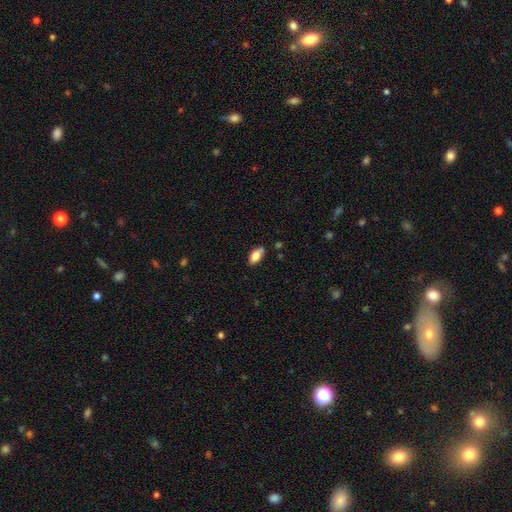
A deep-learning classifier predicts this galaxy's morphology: Smooth or featured: smooth — 81% (featured or disk — 12%)
How rounded: in between — 89% (cigar-shaped — 7%)
Merging: none — 76% (minor disturbance — 17%)